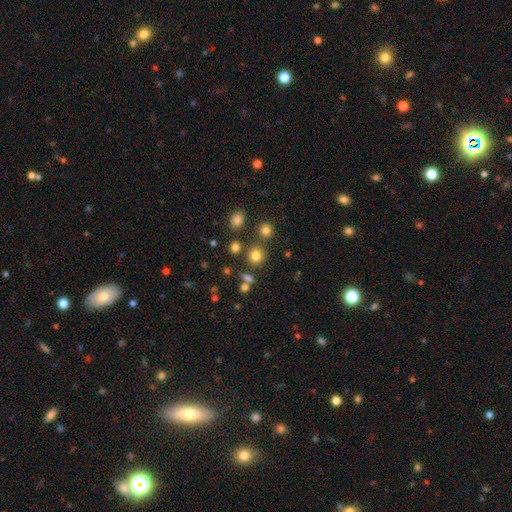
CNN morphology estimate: type=smooth (77%); roundness=round (87%); merging=none (77%).